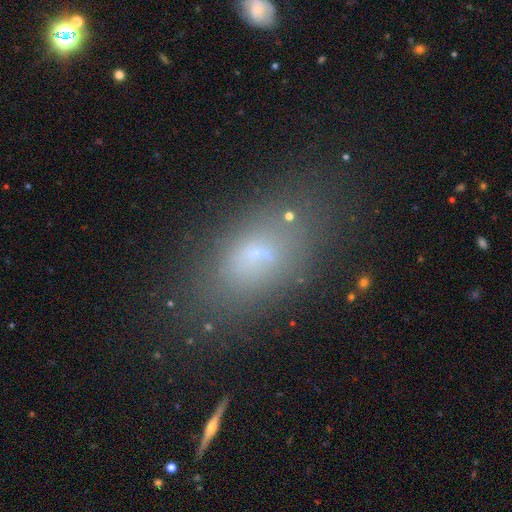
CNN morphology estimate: Smooth or featured? Predicted: smooth (p=0.62). How rounded? Predicted: in between (p=0.84). Merging? Predicted: none (p=0.68).